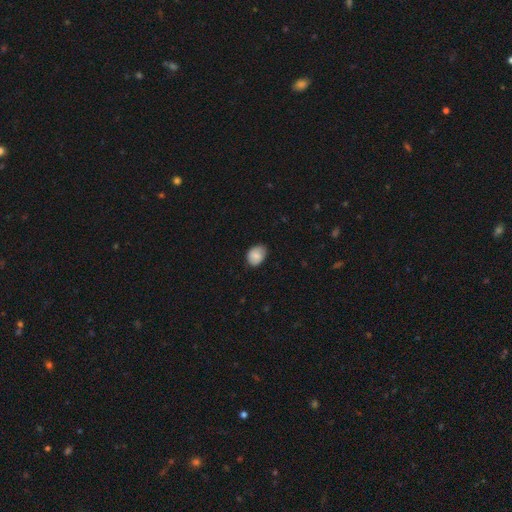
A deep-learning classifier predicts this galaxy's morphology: Smooth or featured: smooth — 83% (featured or disk — 10%)
How rounded: in between — 67% (round — 32%)
Merging: none — 73% (minor disturbance — 23%)